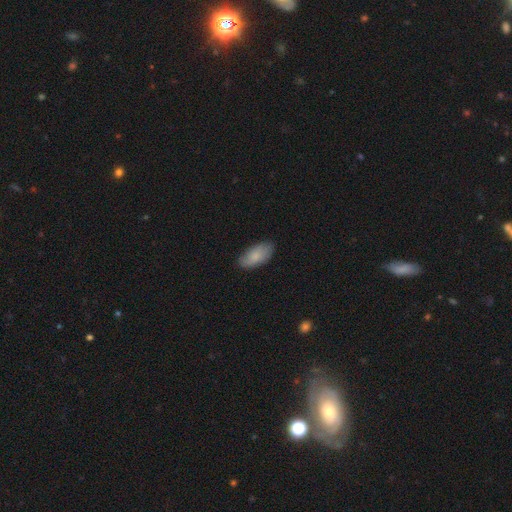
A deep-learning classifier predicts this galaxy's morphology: Q: Smooth or featured?
A: smooth (80%); runner-up: featured or disk (14%)
Q: How rounded?
A: in between (92%); runner-up: cigar-shaped (6%)
Q: Merging?
A: none (80%); runner-up: minor disturbance (16%)